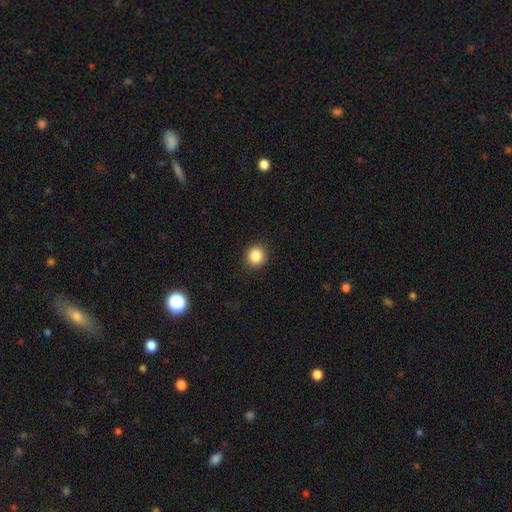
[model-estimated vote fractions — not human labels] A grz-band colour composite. It shows a smooth galaxy with no disk features (86%) that is round (89%). Merging: none (91%).